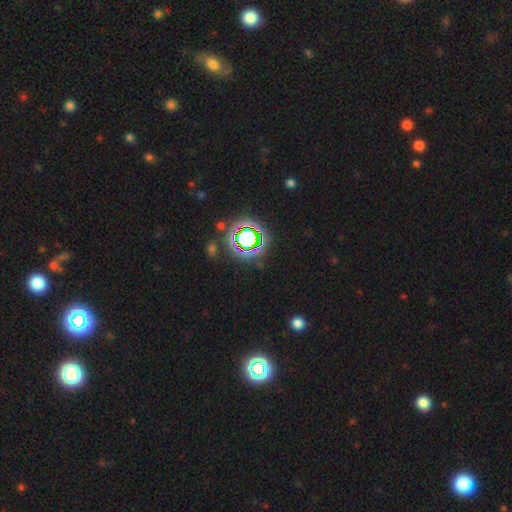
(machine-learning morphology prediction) smooth-or-featured: star or artifact: 79% | smooth: 13% | featured or disk: 8%